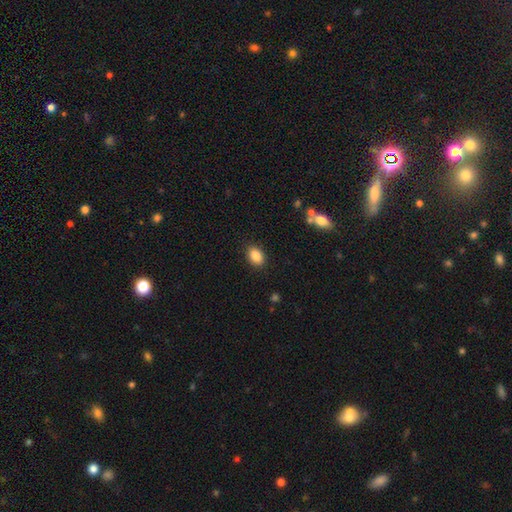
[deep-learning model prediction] This is clearly a smooth galaxy (87%). How rounded: clearly in between (84%). Merging: clearly none (89%).